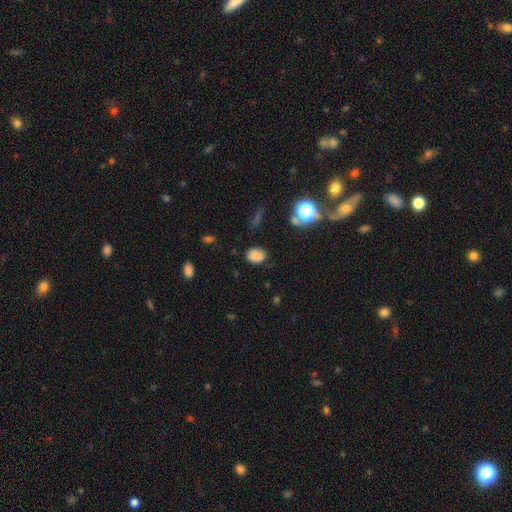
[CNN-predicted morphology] smooth_or_featured: smooth (p=0.81) [alt: star or artifact p=0.14]
how_rounded: in between (p=0.70) [alt: round p=0.28]
merging: none (p=0.79) [alt: minor disturbance p=0.15]